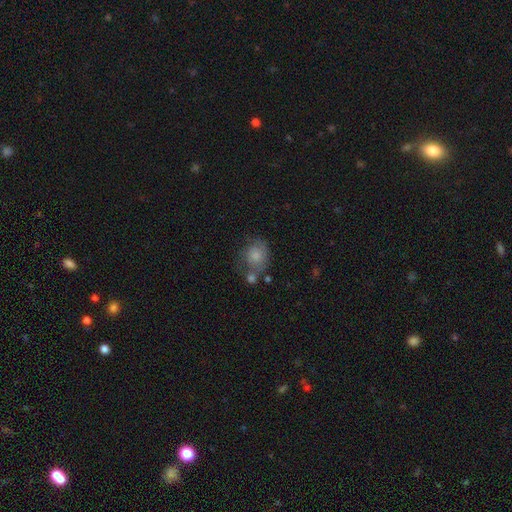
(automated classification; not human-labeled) Smooth or featured? Predicted: smooth (p=0.70). How rounded? Predicted: round (p=0.62). Merging? Predicted: none (p=0.42).